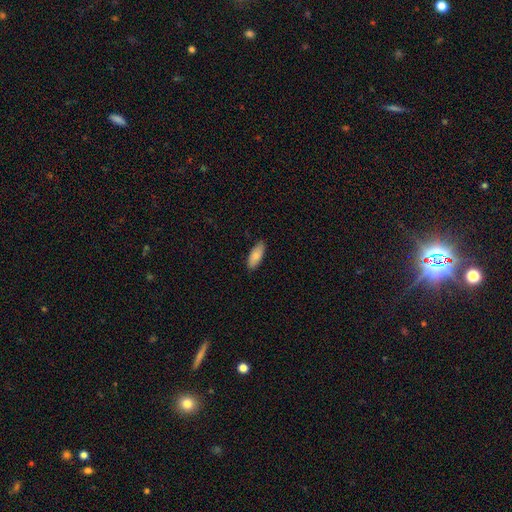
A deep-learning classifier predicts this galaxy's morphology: The model was most divided on "how rounded": in between: 78%, cigar-shaped: 21%, round: 2%. More confident: merging — none (88%); smooth or featured — smooth (86%).